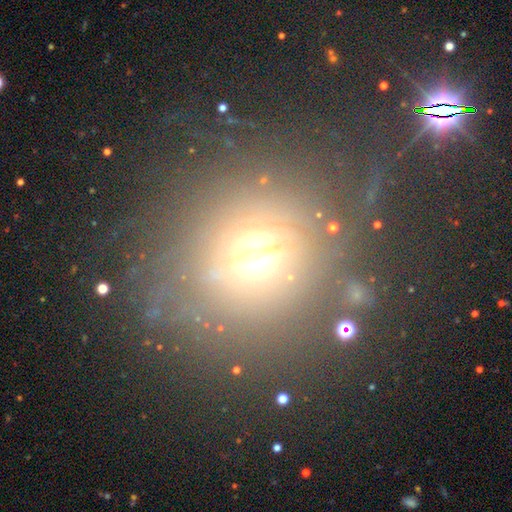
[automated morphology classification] smooth 43%, star or artifact 32%, featured or disk 25%. Down the decision tree: merging — none (70%).